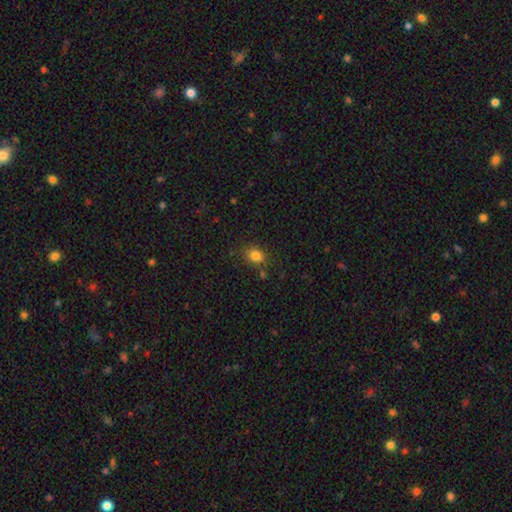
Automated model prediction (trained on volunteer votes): The model was most divided on "how rounded": round: 51%, in between: 48%, cigar-shaped: 1%. More confident: smooth or featured — smooth (82%); merging — none (80%).